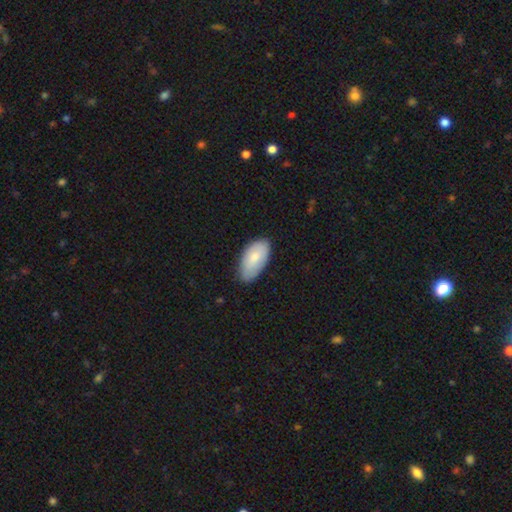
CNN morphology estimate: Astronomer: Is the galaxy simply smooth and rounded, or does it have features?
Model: smooth — 76%.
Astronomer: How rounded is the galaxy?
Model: in between — 95%.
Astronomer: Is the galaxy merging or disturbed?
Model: none — 71%.